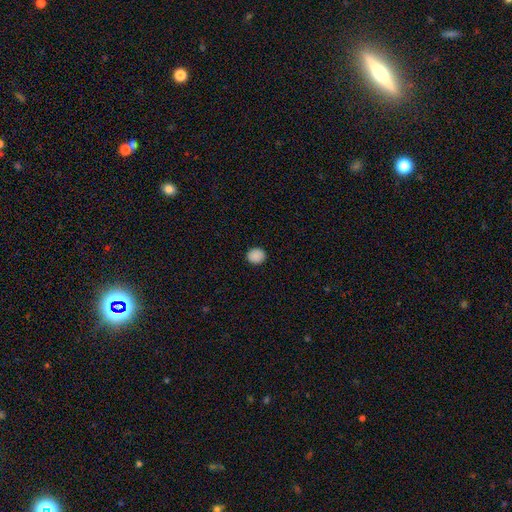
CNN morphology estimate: A smooth galaxy with no disk features (89%) that is round (79%).

Vote fractions:
- Smooth or featured? smooth: 89% / star or artifact: 9% / featured or disk: 2%
- How rounded? round: 79% / in between: 20% / cigar-shaped: 1%
- Merging? none: 91% / minor disturbance: 6% / major disturbance: 2% / merger: 1%